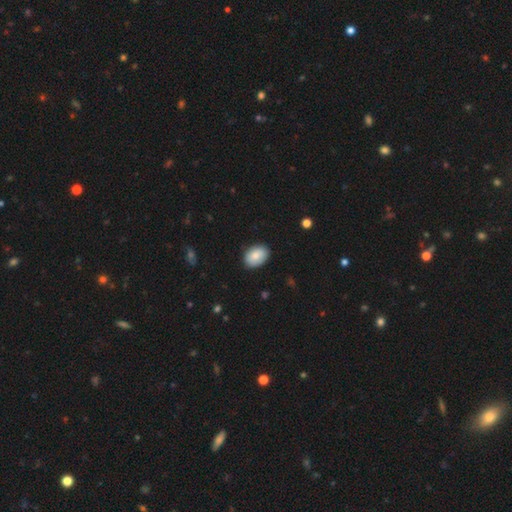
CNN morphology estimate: smooth_or_featured: smooth (p=0.84) [alt: featured or disk p=0.09]
how_rounded: in between (p=0.85) [alt: round p=0.14]
merging: none (p=0.87) [alt: minor disturbance p=0.10]